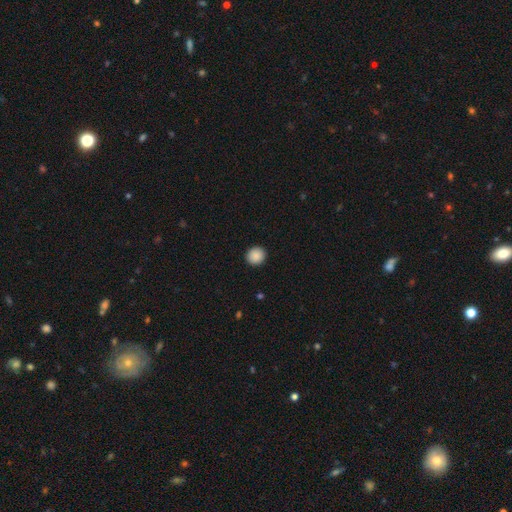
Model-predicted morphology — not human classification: A smooth galaxy with no disk features (89%) that is round (91%).

Vote fractions:
- Smooth or featured? smooth: 89% / star or artifact: 8% / featured or disk: 2%
- How rounded? round: 91% / in between: 8% / cigar-shaped: 1%
- Merging? none: 92% / minor disturbance: 5% / major disturbance: 2% / merger: 1%